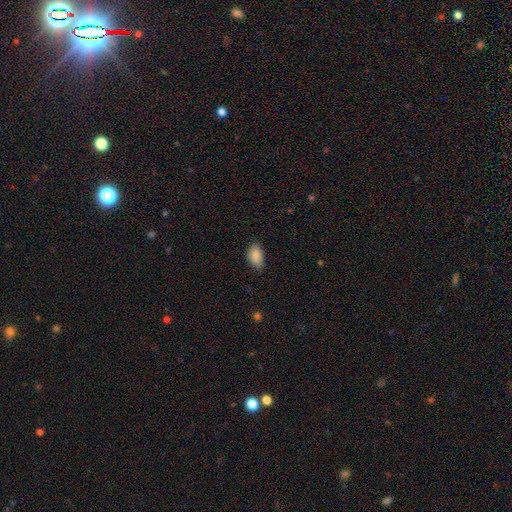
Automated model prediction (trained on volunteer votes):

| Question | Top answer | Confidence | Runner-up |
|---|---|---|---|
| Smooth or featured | smooth | 88% | star or artifact (7%) |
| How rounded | in between | 92% | round (6%) |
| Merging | none | 75% | minor disturbance (21%) |